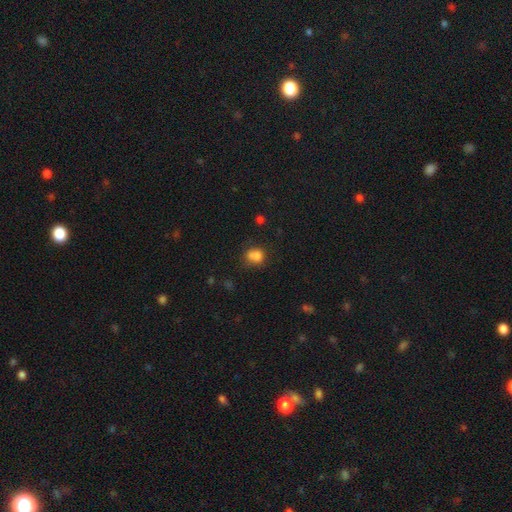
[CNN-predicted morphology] This is likely a smooth galaxy (75%). How rounded: likely round (63%). Merging: marginally merger (41%).